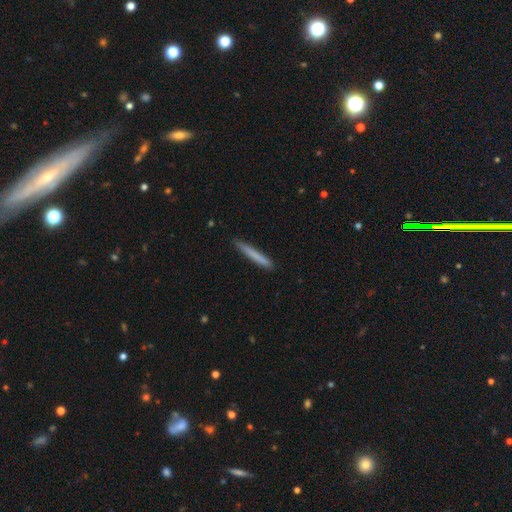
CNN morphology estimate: This is likely a smooth galaxy (75%). How rounded: clearly cigar-shaped (97%). Merging: clearly none (89%).